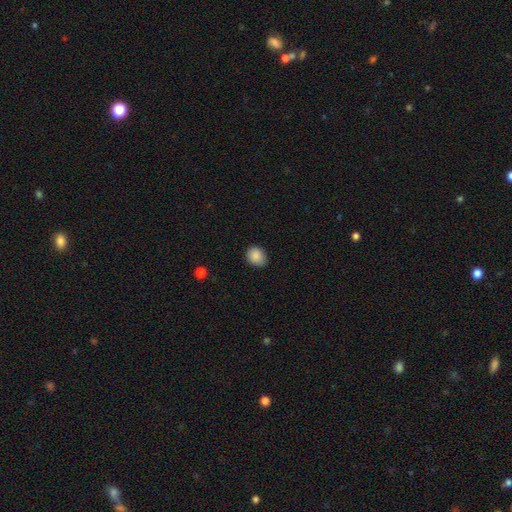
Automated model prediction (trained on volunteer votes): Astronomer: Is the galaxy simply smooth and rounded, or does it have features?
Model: smooth — 88%.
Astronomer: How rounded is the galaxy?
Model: round — 53% (runner-up: in between, 46%).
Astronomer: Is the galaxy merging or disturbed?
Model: none — 79%.